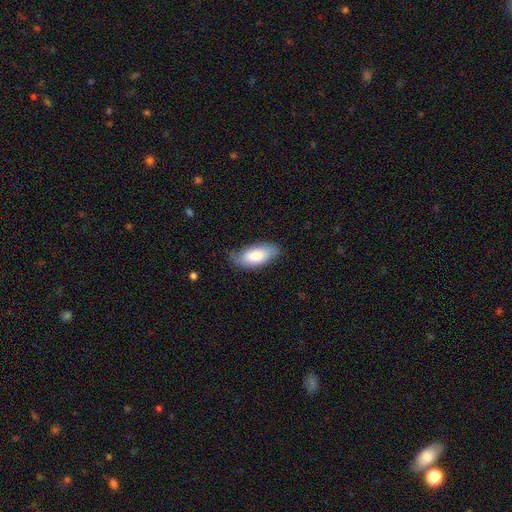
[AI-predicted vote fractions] Smooth or featured? smooth (81%)
How rounded? in between (90%)
Merging? none (69%)